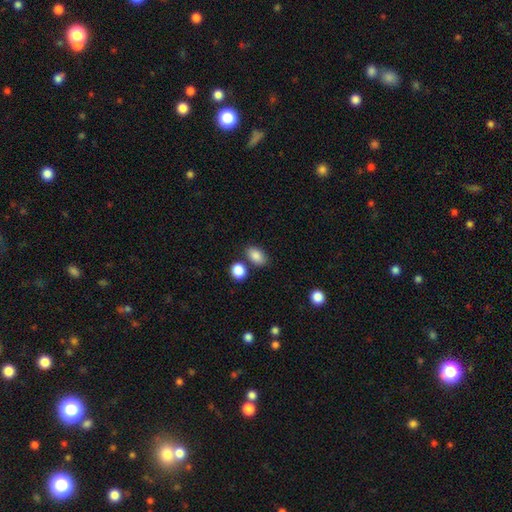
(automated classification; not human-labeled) The model was most divided on "merging": none: 73%, minor disturbance: 12%, merger: 12%, major disturbance: 3%. More confident: smooth or featured — smooth (87%); how rounded — in between (85%).